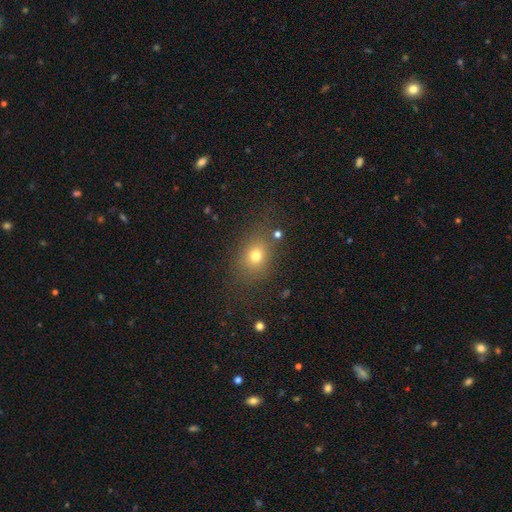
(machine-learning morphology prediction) This is likely a smooth galaxy (73%). How rounded: possibly round (51%). Merging: likely none (75%).